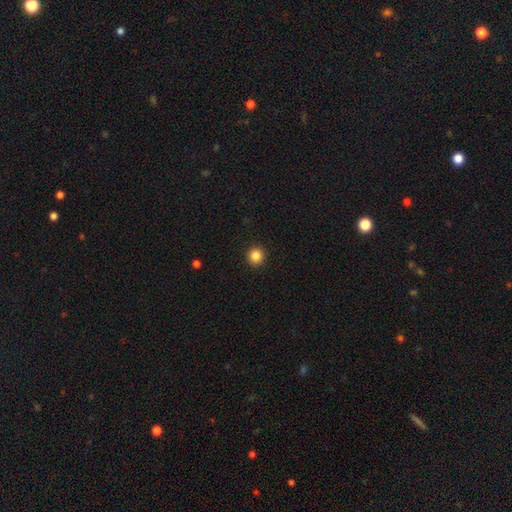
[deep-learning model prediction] smooth-or-featured: smooth: 86% | star or artifact: 11% | featured or disk: 4%
  how-rounded: round: 95% | in between: 4% | cigar-shaped: 1%
  merging: none: 93% | minor disturbance: 4% | major disturbance: 1% | merger: 1%